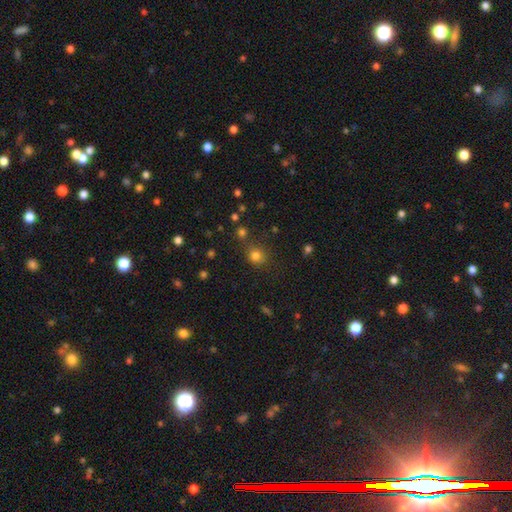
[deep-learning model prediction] Smooth or featured? smooth (77%)
How rounded? round (85%)
Merging? none (73%)